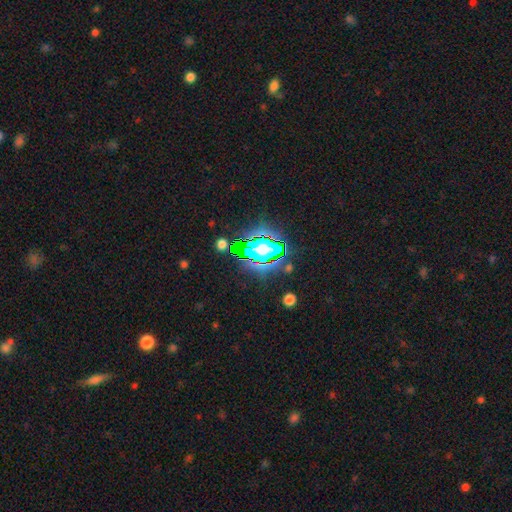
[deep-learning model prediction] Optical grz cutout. It shows a star or artifact, not a galaxy (82%).